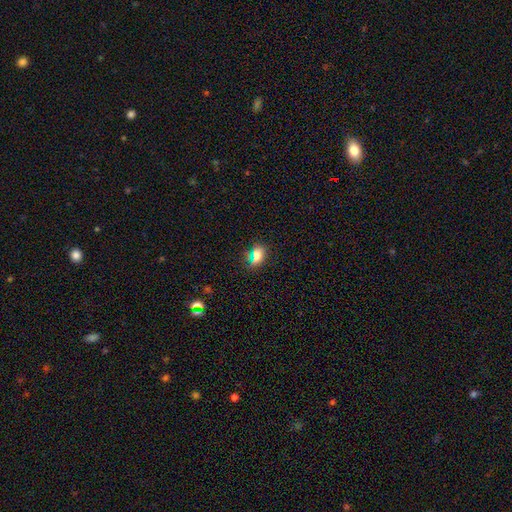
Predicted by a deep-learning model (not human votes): This appears to be a smooth galaxy with no disk features (70%) that is in between round and cigar-shaped (65%). Merging: none (75%).